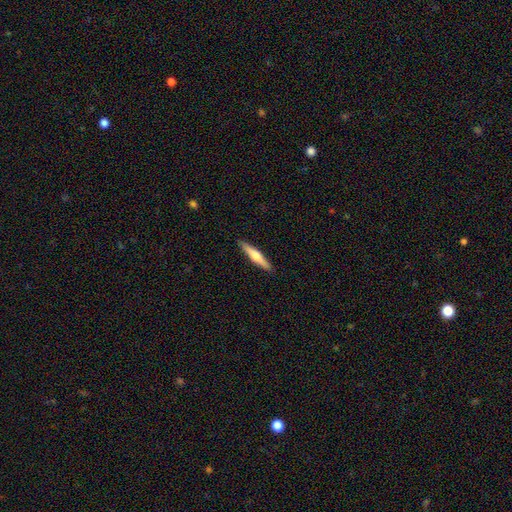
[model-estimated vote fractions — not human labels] This appears to be a featured or disk galaxy (49%). Merging: none (91%).